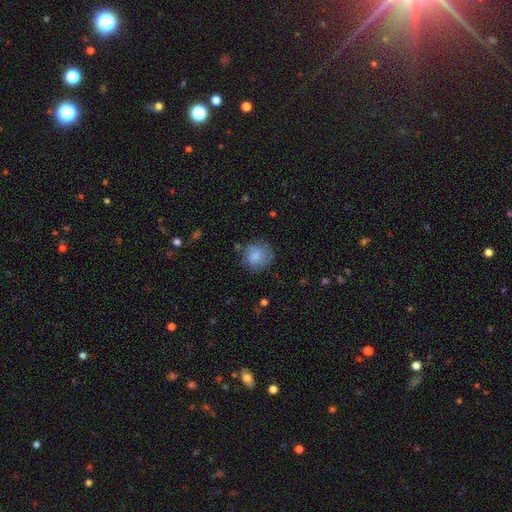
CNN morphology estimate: Smooth or featured? smooth (79%)
How rounded? round (86%)
Merging? none (67%)